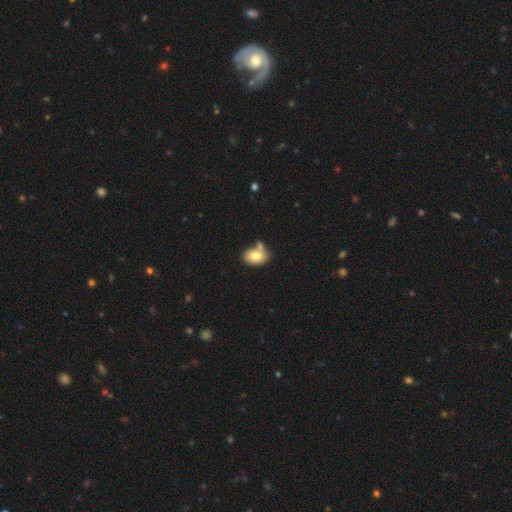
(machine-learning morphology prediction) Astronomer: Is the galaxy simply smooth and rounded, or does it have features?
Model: smooth — 78%.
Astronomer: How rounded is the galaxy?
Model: in between — 78%.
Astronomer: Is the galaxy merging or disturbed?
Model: none — 50% (runner-up: merger, 28%).